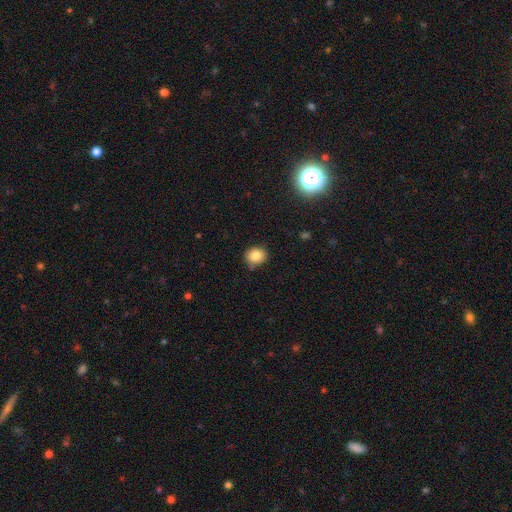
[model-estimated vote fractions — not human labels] Q: Smooth or featured?
A: smooth (83%); runner-up: star or artifact (10%)
Q: How rounded?
A: round (75%); runner-up: in between (24%)
Q: Merging?
A: none (80%); runner-up: minor disturbance (14%)